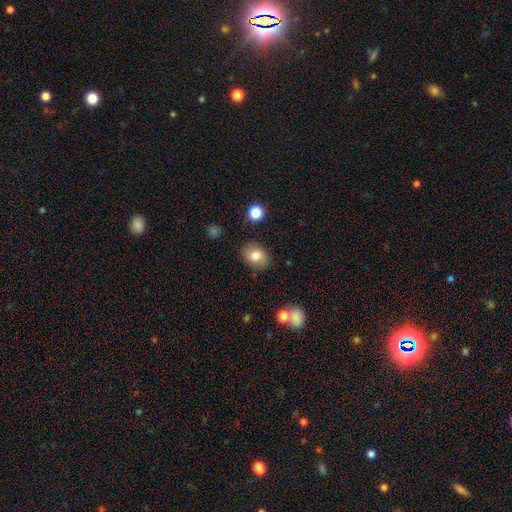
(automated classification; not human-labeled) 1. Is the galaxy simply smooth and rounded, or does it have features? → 81% smooth, 10% featured or disk, 9% star or artifact.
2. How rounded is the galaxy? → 68% in between, 31% round, 1% cigar-shaped.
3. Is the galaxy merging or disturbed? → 83% none, 12% minor disturbance, 3% major disturbance, 2% merger.